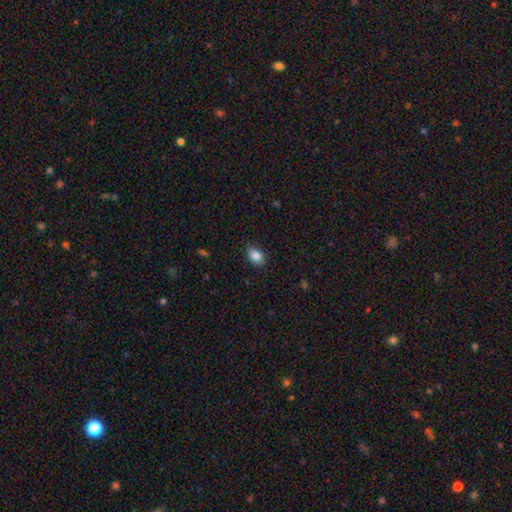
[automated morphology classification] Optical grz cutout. It shows a smooth galaxy with no disk features (86%) that is in between round and cigar-shaped (84%). Merging: none (82%).